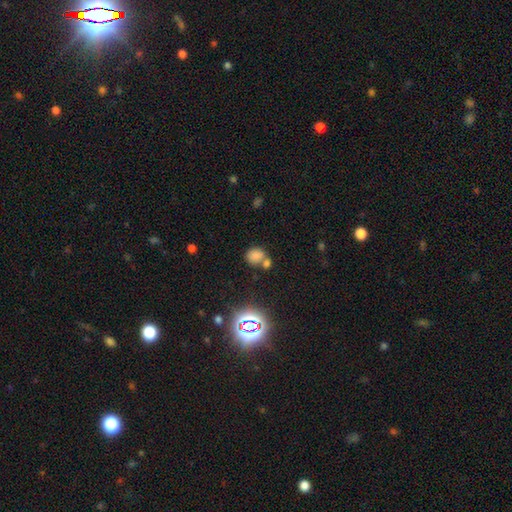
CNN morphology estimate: The model was most divided on "merging": none: 47%, merger: 38%, minor disturbance: 11%, major disturbance: 5%. More confident: smooth or featured — smooth (71%); how rounded — round (66%).